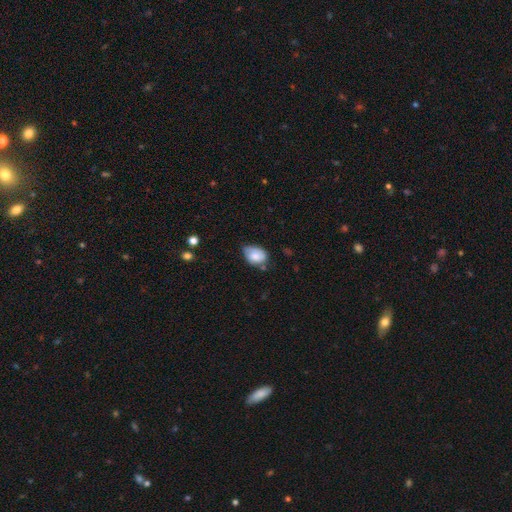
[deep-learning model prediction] The model was most divided on "merging": minor disturbance: 43%, none: 42%, major disturbance: 10%, merger: 5%. More confident: how rounded — in between (78%); smooth or featured — smooth (76%).